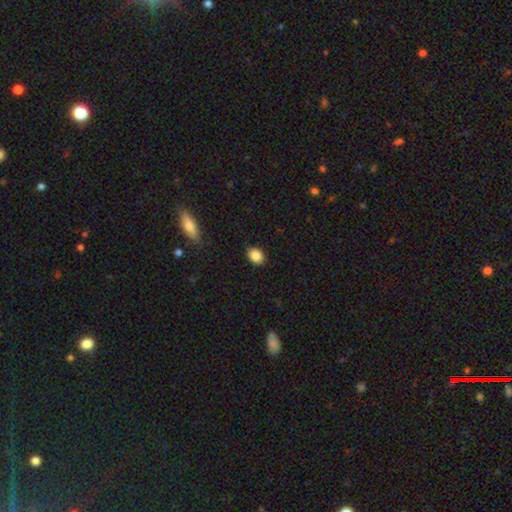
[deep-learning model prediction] The model was most divided on "how rounded": in between: 70%, round: 29%, cigar-shaped: 1%. More confident: merging — none (88%); smooth or featured — smooth (87%).